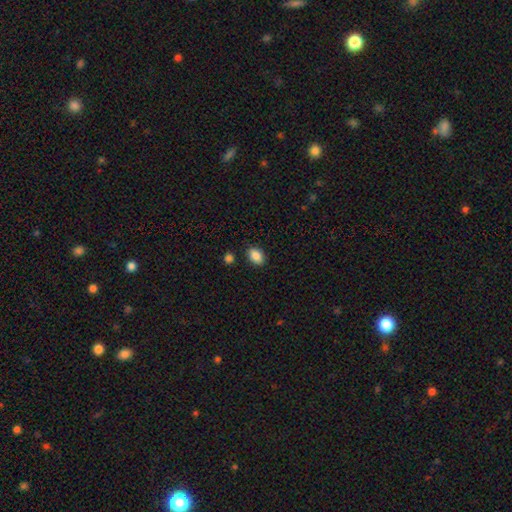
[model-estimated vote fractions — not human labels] Smooth or featured? smooth (87%)
How rounded? in between (82%)
Merging? none (86%)